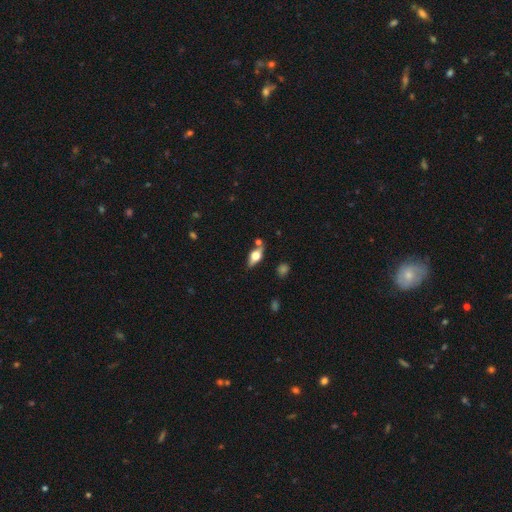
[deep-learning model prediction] This is possibly a featured or disk galaxy (49%). Merging: likely none (70%).